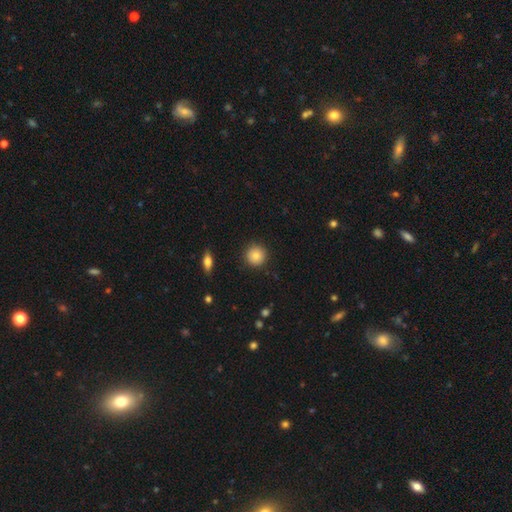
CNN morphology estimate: smooth_or_featured: smooth (p=0.85) [alt: star or artifact p=0.08]
how_rounded: round (p=0.93) [alt: in between p=0.06]
merging: none (p=0.90) [alt: minor disturbance p=0.07]